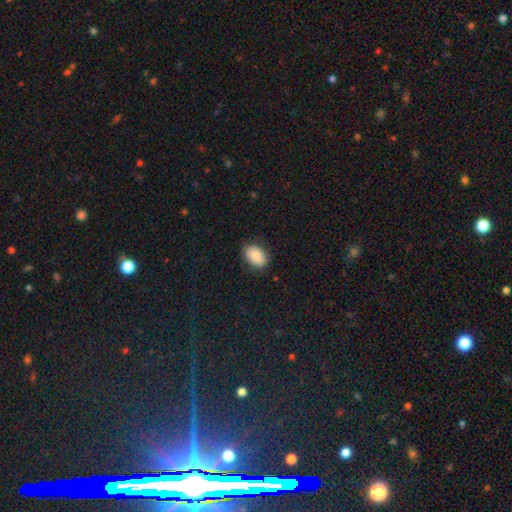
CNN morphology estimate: The model was most divided on "how rounded": in between: 80%, round: 19%, cigar-shaped: 1%. More confident: merging — none (83%); smooth or featured — smooth (80%).